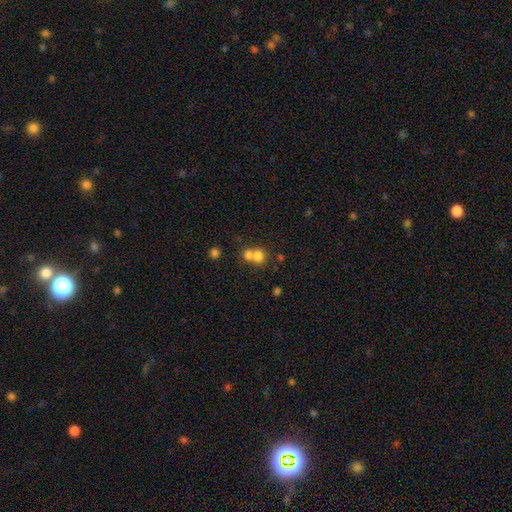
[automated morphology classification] A smooth galaxy with no disk features (75%) that is round (74%).

Vote fractions:
- Smooth or featured? smooth: 75% / featured or disk: 13% / star or artifact: 12%
- How rounded? round: 74% / in between: 25% / cigar-shaped: 1%
- Merging? merger: 58% / none: 33% / minor disturbance: 6% / major disturbance: 3%